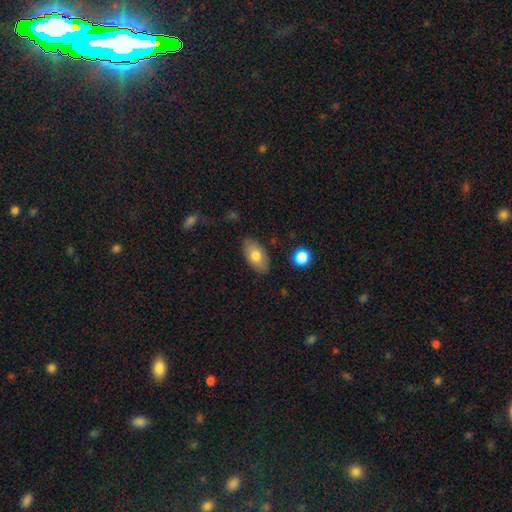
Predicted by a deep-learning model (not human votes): Smooth or featured: smooth — 76% (featured or disk — 17%)
How rounded: in between — 92% (round — 4%)
Merging: none — 82% (minor disturbance — 13%)